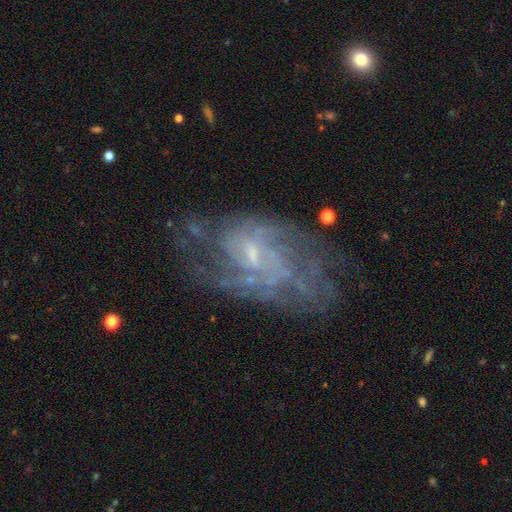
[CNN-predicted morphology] A featured or disk galaxy (81%) with a weak bar (47%), tight (45%) spiral arms (84%) and a small central bulge (64%).

Vote fractions:
- Smooth or featured? featured or disk: 81% / smooth: 10% / star or artifact: 9%
- Edge-on disk? no: 96% / yes: 4%
- Bar? weak: 47% / no: 44% / strong: 9%
- Spiral arms? yes: 84% / no: 16%
- Spiral winding? tight: 45% / medium: 38% / loose: 17%
- Spiral arm count? can't tell: 49% / 2: 15% / 3: 12% / 4: 11% / more than 4: 7% / 1: 6%
- Bulge size? small: 64% / moderate: 19% / none: 15% / large: 1% / dominant: 1%
- Merging? none: 59% / minor disturbance: 21% / major disturbance: 17% / merger: 3%